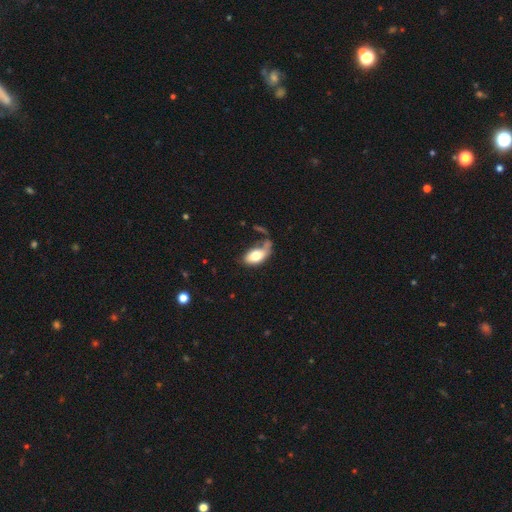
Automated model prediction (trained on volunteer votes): The model was most divided on "merging": none: 34%, major disturbance: 24%, minor disturbance: 24%, merger: 18%. More confident: how rounded — in between (92%); smooth or featured — smooth (74%).